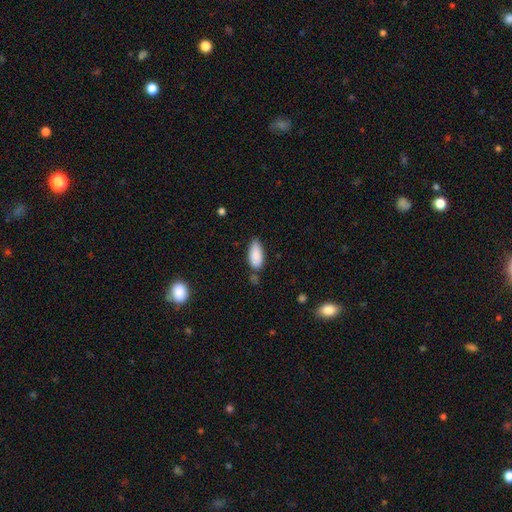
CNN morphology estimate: This is clearly a smooth galaxy (88%). How rounded: clearly in between (86%). Merging: likely none (64%).